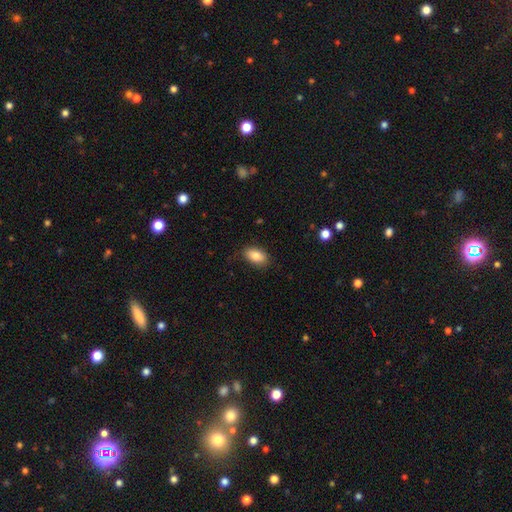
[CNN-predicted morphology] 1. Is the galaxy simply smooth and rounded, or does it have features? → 85% smooth, 8% featured or disk, 8% star or artifact.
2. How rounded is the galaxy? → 92% in between, 6% round, 2% cigar-shaped.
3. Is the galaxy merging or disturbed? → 84% none, 13% minor disturbance, 3% major disturbance, 1% merger.